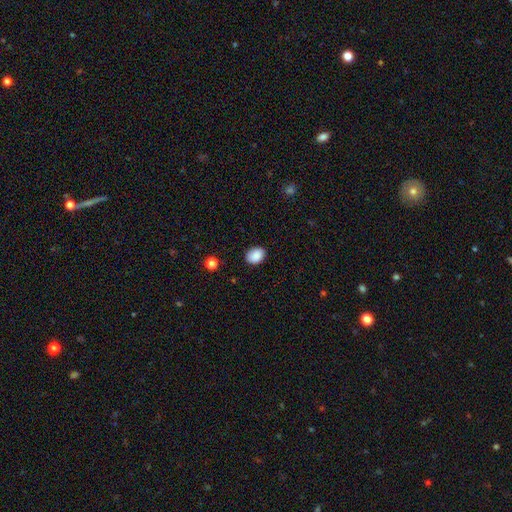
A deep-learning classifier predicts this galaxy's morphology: smooth 89%, star or artifact 8%, featured or disk 3%. Down the decision tree: how rounded — in between (62%); merging — none (87%).